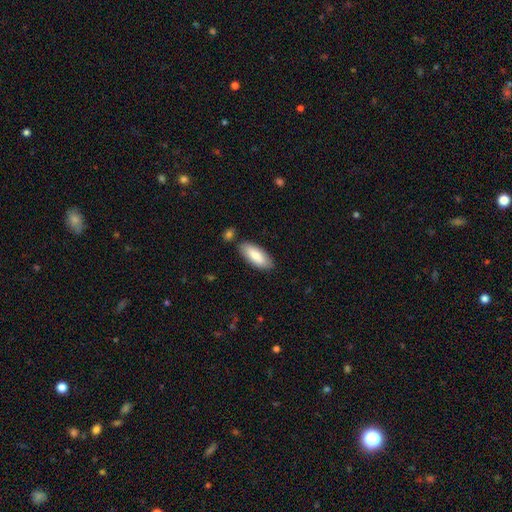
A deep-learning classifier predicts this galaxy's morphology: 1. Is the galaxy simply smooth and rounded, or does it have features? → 80% smooth, 15% featured or disk, 6% star or artifact.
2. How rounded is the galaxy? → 80% in between, 18% cigar-shaped, 2% round.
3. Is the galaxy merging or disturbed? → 81% none, 11% minor disturbance, 5% merger, 2% major disturbance.